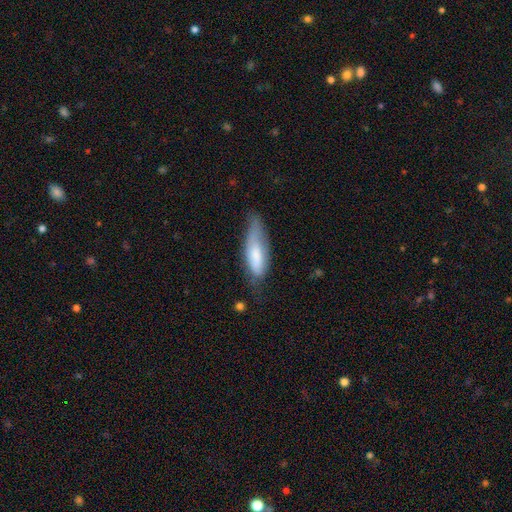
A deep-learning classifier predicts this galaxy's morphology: smooth-or-featured: smooth: 68% | featured or disk: 26% | star or artifact: 6%
  how-rounded: in between: 57% | cigar-shaped: 41% | round: 2%
  merging: minor disturbance: 40% | none: 37% | major disturbance: 20% | merger: 3%